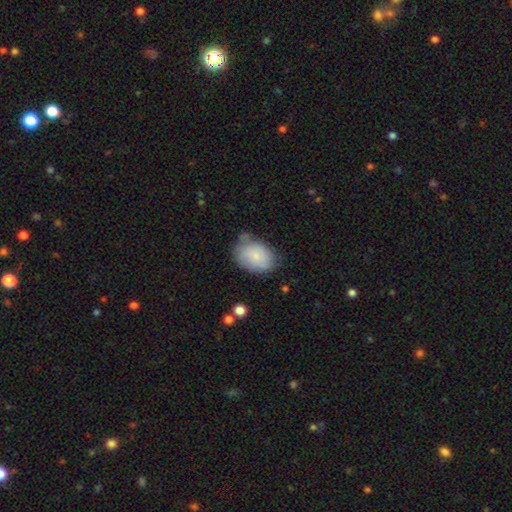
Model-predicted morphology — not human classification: The model was most divided on "merging": none: 55%, minor disturbance: 32%, major disturbance: 9%, merger: 5%. More confident: smooth or featured — smooth (75%); how rounded — in between (75%).